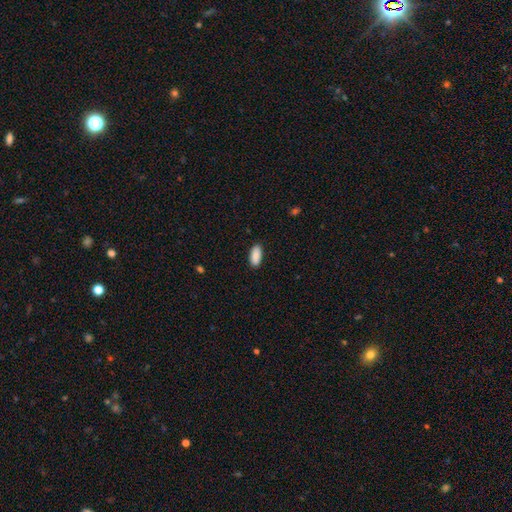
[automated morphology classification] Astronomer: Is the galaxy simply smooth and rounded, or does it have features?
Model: smooth — 90%.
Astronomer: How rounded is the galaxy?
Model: in between — 87%.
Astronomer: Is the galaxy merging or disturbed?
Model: none — 89%.